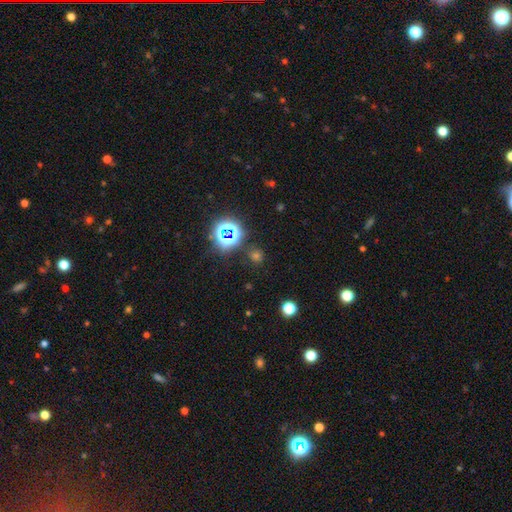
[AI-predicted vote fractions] The model was most divided on "smooth or featured": smooth: 49%, star or artifact: 45%, featured or disk: 7%. More confident: merging — none (84%).